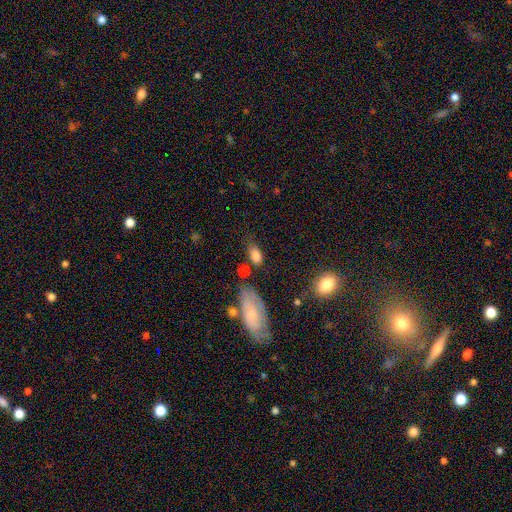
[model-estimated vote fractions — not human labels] Q: Smooth or featured?
A: smooth (82%); runner-up: star or artifact (10%)
Q: How rounded?
A: in between (88%); runner-up: round (8%)
Q: Merging?
A: none (62%); runner-up: minor disturbance (21%)